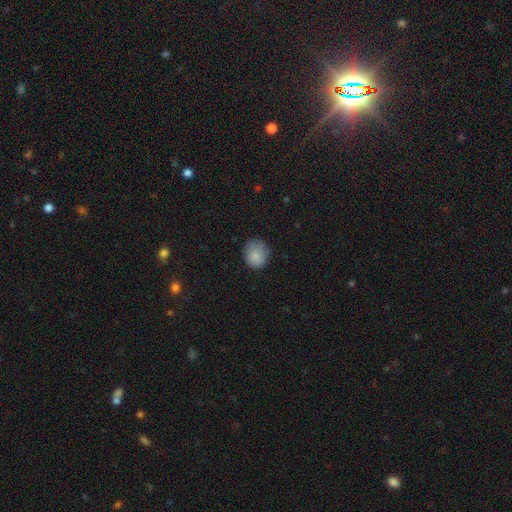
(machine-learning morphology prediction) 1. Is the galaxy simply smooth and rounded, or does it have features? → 86% smooth, 8% star or artifact, 5% featured or disk.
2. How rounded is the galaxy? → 75% round, 24% in between, 1% cigar-shaped.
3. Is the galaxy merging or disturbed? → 75% none, 19% minor disturbance, 4% major disturbance, 1% merger.